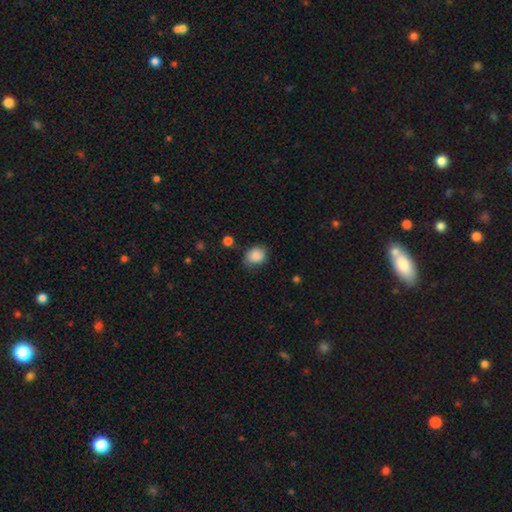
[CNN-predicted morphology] This is clearly a smooth galaxy (84%). How rounded: possibly round (54%). Merging: likely none (69%).